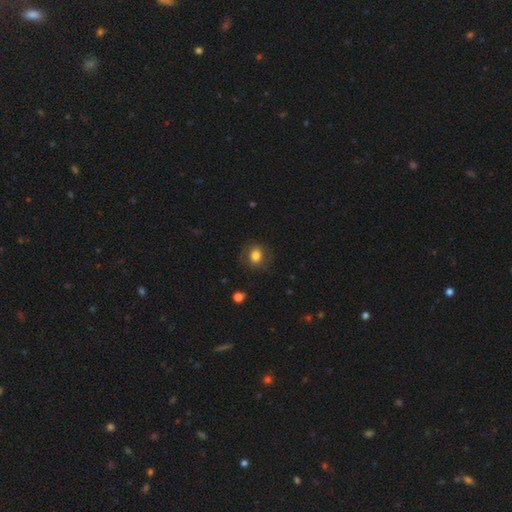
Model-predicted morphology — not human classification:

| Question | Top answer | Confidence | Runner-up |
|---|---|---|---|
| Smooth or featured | smooth | 76% | featured or disk (15%) |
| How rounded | round | 68% | in between (31%) |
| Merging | none | 80% | minor disturbance (13%) |